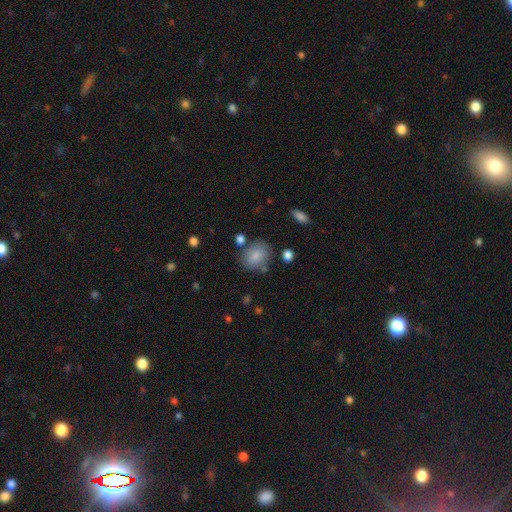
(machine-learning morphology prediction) type=smooth (83%); roundness=in between (50%); merging=none (71%).